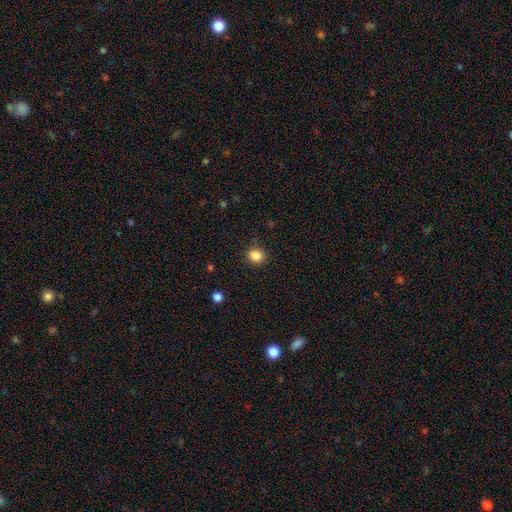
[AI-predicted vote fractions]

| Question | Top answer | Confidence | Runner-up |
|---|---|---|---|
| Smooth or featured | smooth | 85% | star or artifact (11%) |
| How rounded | round | 89% | in between (10%) |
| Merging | none | 88% | minor disturbance (8%) |